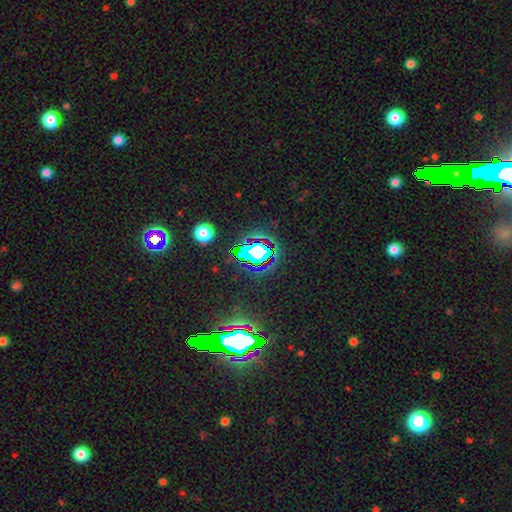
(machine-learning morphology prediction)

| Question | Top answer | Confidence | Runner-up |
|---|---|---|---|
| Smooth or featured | star or artifact | 69% | smooth (18%) |